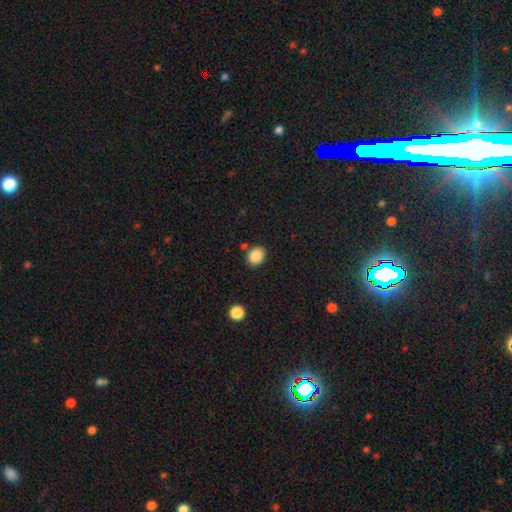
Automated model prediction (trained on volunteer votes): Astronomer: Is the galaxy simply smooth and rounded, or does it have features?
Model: smooth — 87%.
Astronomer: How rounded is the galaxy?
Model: round — 52% (runner-up: in between, 47%).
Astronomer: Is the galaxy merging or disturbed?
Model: none — 84%.